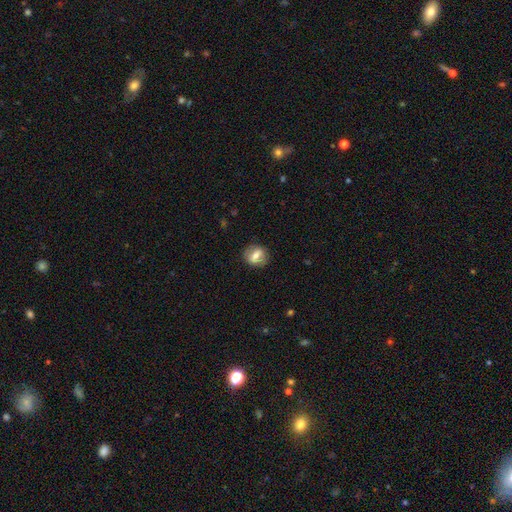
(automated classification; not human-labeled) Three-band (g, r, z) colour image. It shows a smooth galaxy with no disk features (58%) that is round (56%). Merging: none (84%).